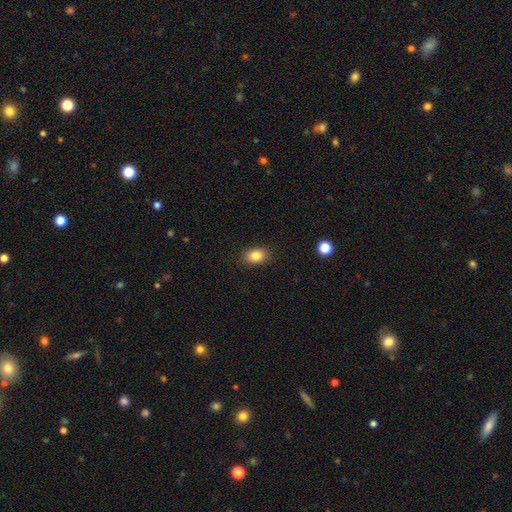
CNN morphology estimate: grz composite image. It shows a smooth galaxy with no disk features (84%) that is in between round and cigar-shaped (72%). Merging: none (88%).